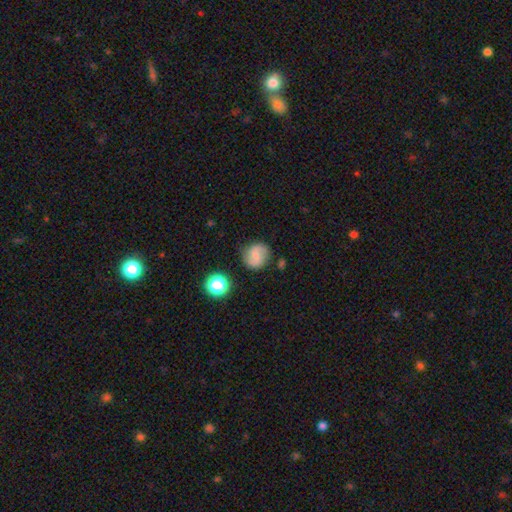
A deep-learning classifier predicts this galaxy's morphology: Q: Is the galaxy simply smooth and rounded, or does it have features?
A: smooth — 45%, tied with featured or disk.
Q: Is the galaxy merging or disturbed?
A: none — 79%.